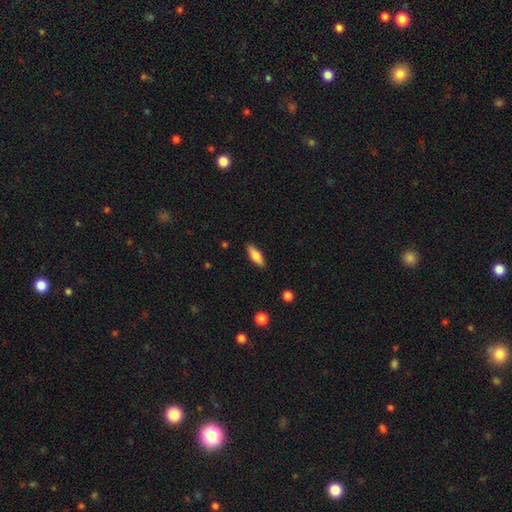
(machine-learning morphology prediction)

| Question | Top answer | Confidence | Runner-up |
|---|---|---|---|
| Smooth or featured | smooth | 70% | featured or disk (24%) |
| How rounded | in between | 55% | cigar-shaped (43%) |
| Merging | none | 88% | minor disturbance (9%) |